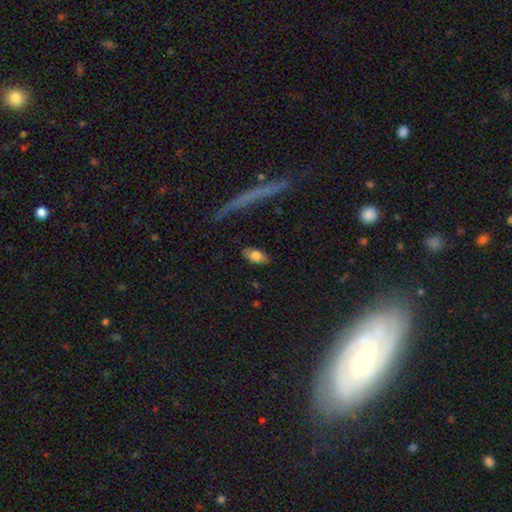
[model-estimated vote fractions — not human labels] Morphology: type=smooth (75%); roundness=in between (89%); merging=none (83%).